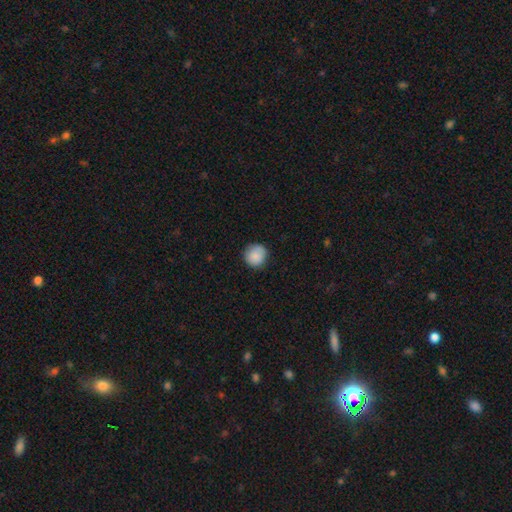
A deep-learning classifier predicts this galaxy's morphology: Smooth or featured? smooth (87%)
How rounded? round (94%)
Merging? none (86%)